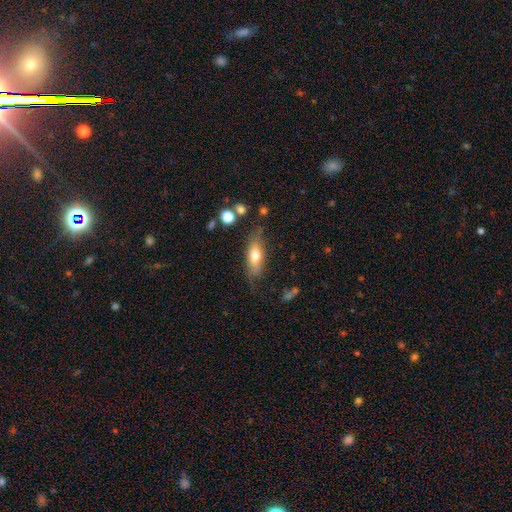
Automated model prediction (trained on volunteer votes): Overall: smooth (65%; featured or disk 27%). How rounded: in between (63%; cigar-shaped 33%). Merging: none (68%).